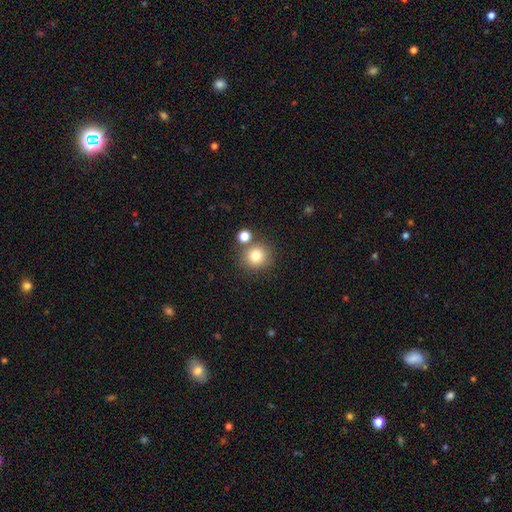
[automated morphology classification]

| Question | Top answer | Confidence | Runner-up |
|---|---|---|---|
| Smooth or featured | smooth | 81% | star or artifact (12%) |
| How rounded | round | 91% | in between (8%) |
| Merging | none | 74% | merger (15%) |